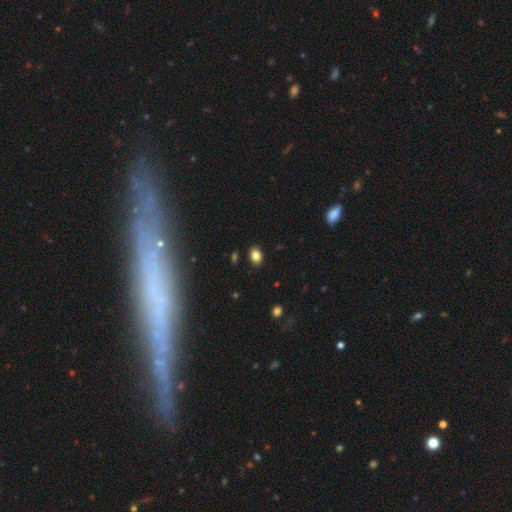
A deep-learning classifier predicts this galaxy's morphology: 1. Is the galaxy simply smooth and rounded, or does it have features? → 84% smooth, 10% star or artifact, 6% featured or disk.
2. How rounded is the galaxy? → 78% in between, 21% round, 1% cigar-shaped.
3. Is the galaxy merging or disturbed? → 87% none, 9% minor disturbance, 2% major disturbance, 2% merger.